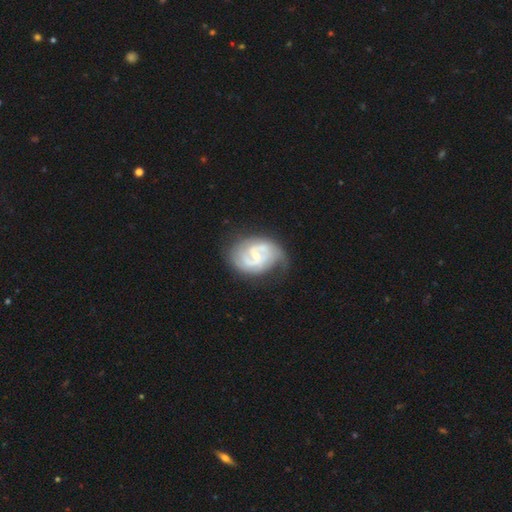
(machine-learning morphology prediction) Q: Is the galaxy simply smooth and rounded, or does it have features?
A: featured or disk — 83%.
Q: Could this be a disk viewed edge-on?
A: no — 97%.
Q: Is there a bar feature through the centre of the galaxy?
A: no — 47%.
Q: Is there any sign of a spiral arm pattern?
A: yes — 91%.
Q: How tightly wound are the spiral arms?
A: tight — 46%.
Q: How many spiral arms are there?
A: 2 — 66%.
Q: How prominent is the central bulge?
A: small — 52%.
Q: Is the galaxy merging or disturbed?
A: none — 60%.